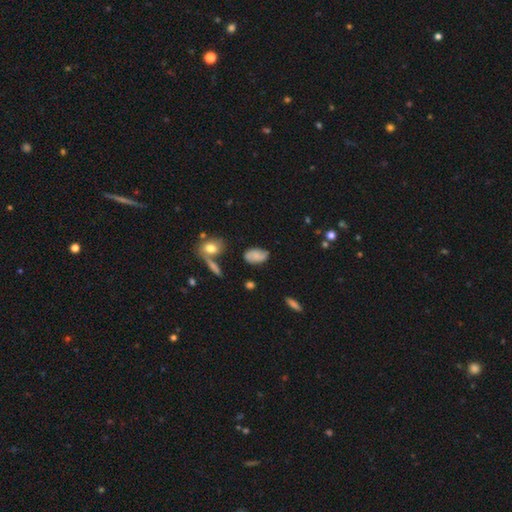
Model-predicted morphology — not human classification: Smooth or featured?
  - smooth: 62% *
  - featured or disk: 29%
  - star or artifact: 9%
How rounded?
  - in between: 90% *
  - round: 8%
  - cigar-shaped: 2%
Merging?
  - none: 71% *
  - minor disturbance: 19%
  - major disturbance: 5%
  - merger: 5%